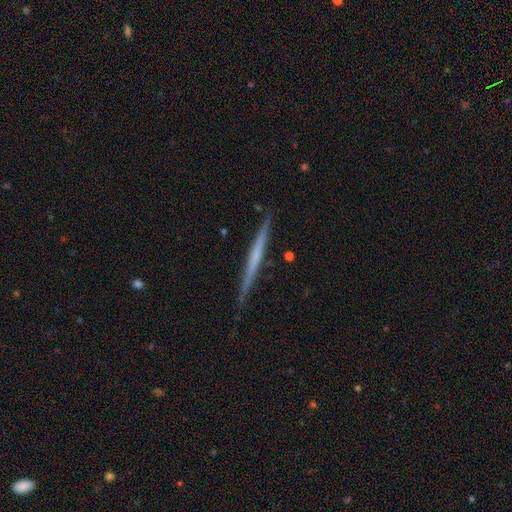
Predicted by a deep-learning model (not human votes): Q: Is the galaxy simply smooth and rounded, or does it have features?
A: featured or disk — 56%.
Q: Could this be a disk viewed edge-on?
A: yes — 98%.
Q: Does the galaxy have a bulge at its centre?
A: none — 87%.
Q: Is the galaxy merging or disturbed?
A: none — 89%.